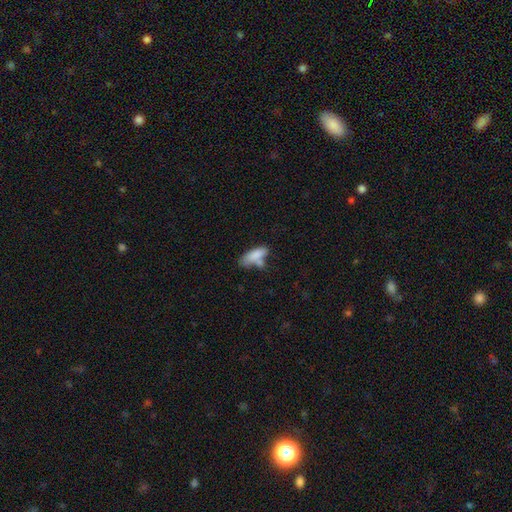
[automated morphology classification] smooth-or-featured: smooth: 81% | featured or disk: 12% | star or artifact: 8%
  how-rounded: in between: 65% | cigar-shaped: 32% | round: 2%
  merging: none: 41% | merger: 28% | minor disturbance: 21% | major disturbance: 10%